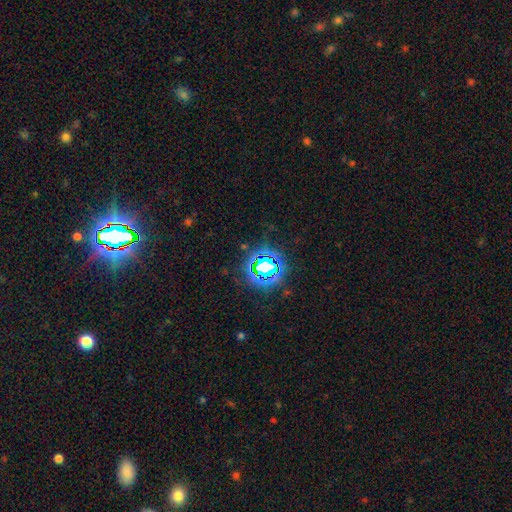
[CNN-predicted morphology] Q: Smooth or featured?
A: star or artifact (81%); runner-up: smooth (12%)